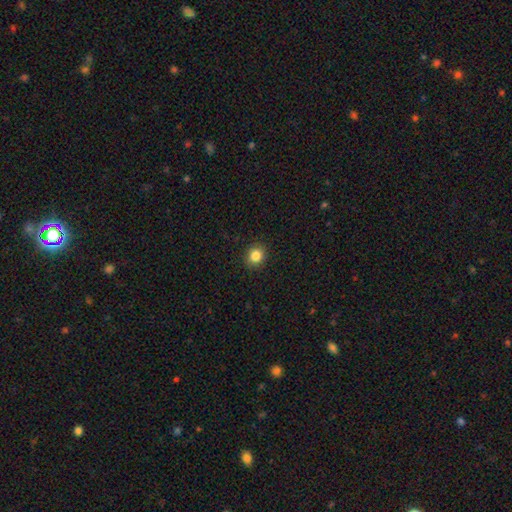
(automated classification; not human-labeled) A smooth galaxy with no disk features (85%) that is round (79%).

Vote fractions:
- Smooth or featured? smooth: 85% / star or artifact: 10% / featured or disk: 5%
- How rounded? round: 79% / in between: 20% / cigar-shaped: 1%
- Merging? none: 90% / minor disturbance: 7% / major disturbance: 2% / merger: 1%